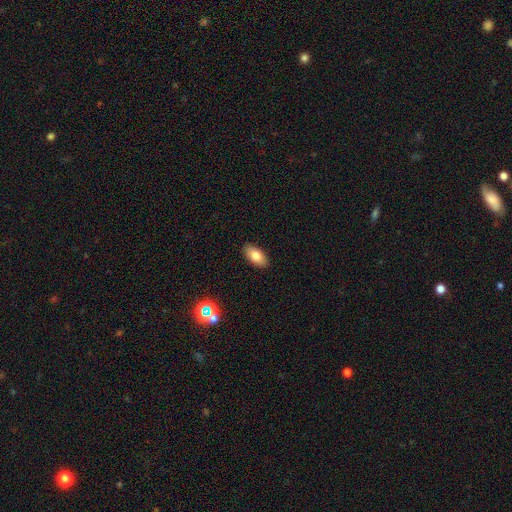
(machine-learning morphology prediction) A smooth galaxy with no disk features (79%) that is in between round and cigar-shaped (92%). Merging: none (89%).